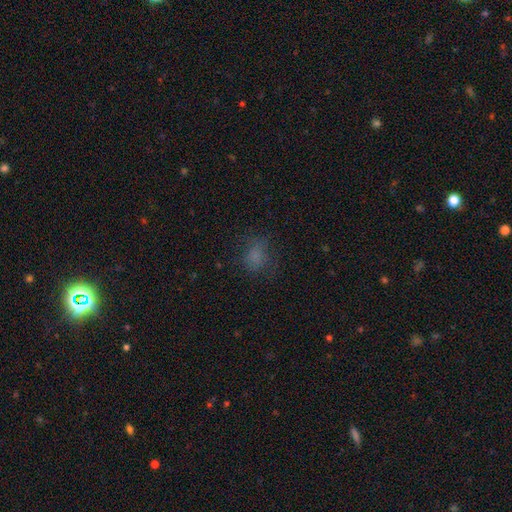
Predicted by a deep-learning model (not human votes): Smooth or featured? Predicted: smooth (p=0.71). How rounded? Predicted: round (p=0.55). Merging? Predicted: none (p=0.66).